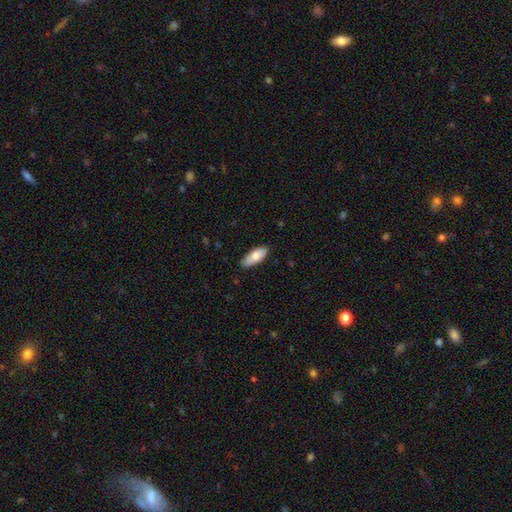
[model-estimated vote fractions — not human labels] Smooth or featured? Predicted: smooth (p=0.79). How rounded? Predicted: in between (p=0.77). Merging? Predicted: none (p=0.85).